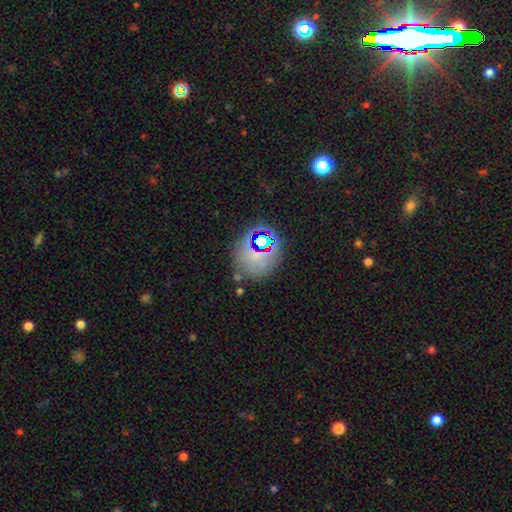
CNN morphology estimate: Smooth or featured?
  - smooth: 52% *
  - star or artifact: 35%
  - featured or disk: 13%
How rounded?
  - round: 80% *
  - in between: 19%
  - cigar-shaped: 1%
Merging?
  - none: 73% *
  - minor disturbance: 14%
  - merger: 7%
  - major disturbance: 7%